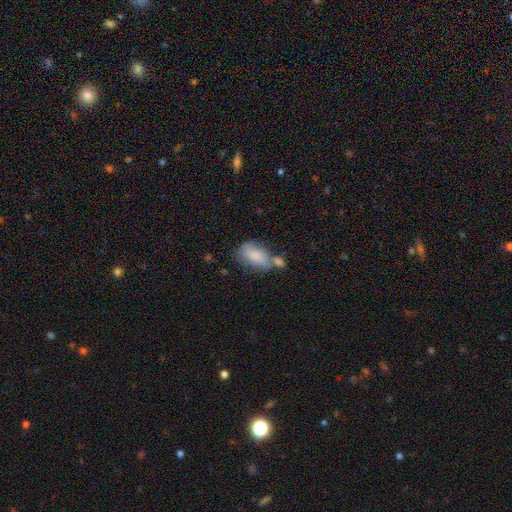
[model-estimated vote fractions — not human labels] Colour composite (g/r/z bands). It shows a smooth galaxy with no disk features (79%) that is in between round and cigar-shaped (91%). Merging: none (37%).